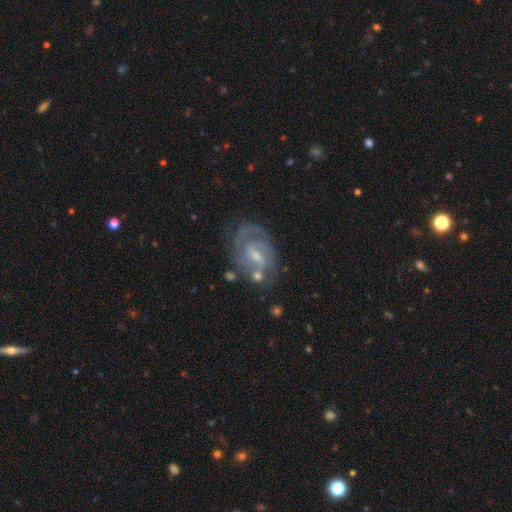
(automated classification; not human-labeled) featured or disk 80%, smooth 13%, star or artifact 8%. Down the decision tree: edge-on disk — no (96%); bar — weak (57%); spiral arms — yes (87%); spiral arm count — 2 (50%); spiral winding — medium (44%); bulge size — small (53%); merging — none (59%).